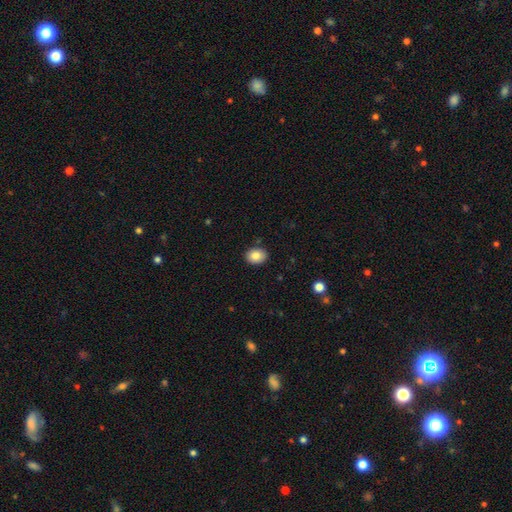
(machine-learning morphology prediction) A smooth galaxy with no disk features (84%) that is in between round and cigar-shaped (59%). Merging: none (89%).